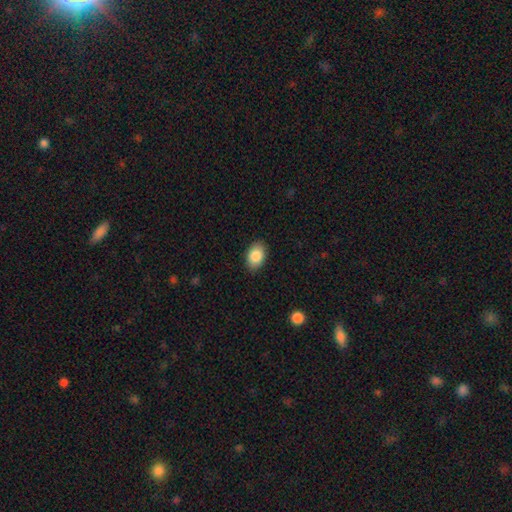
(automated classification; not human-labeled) smooth_or_featured: smooth (p=0.87) [alt: star or artifact p=0.07]
how_rounded: in between (p=0.83) [alt: round p=0.16]
merging: none (p=0.87) [alt: minor disturbance p=0.10]